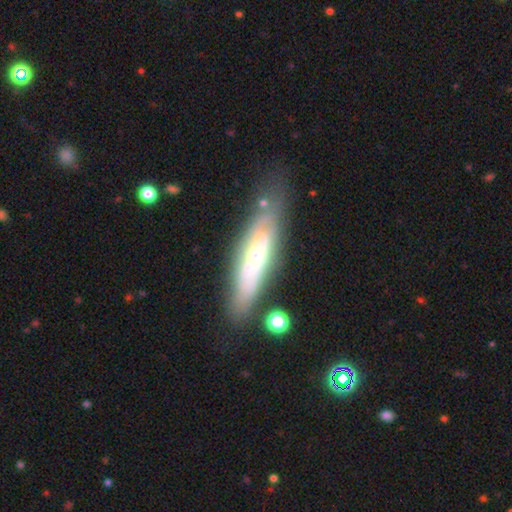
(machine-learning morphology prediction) Q: Smooth or featured?
A: featured or disk (62%); runner-up: smooth (31%)
Q: Edge-on disk?
A: no (50%); tied with: yes (50%)
Q: Merging?
A: none (70%); runner-up: minor disturbance (19%)